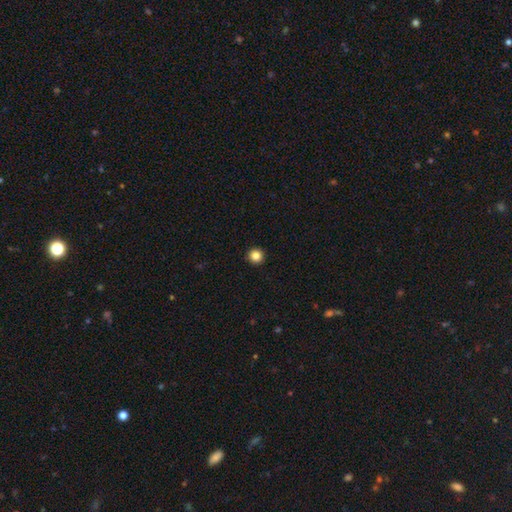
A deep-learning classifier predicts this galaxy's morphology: Q: Smooth or featured?
A: smooth (84%); runner-up: star or artifact (11%)
Q: How rounded?
A: round (96%); runner-up: in between (3%)
Q: Merging?
A: none (94%); runner-up: minor disturbance (4%)